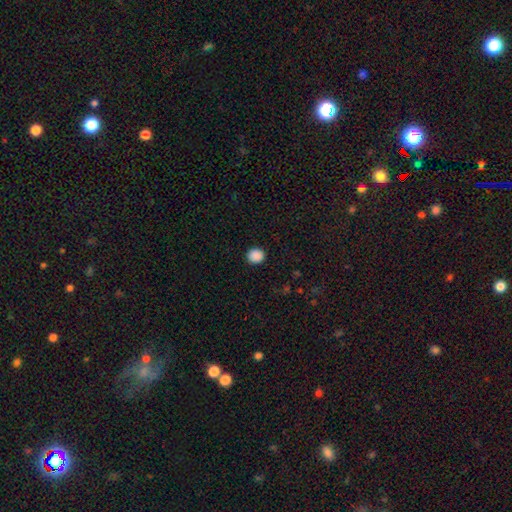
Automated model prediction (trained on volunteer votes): Q: Smooth or featured?
A: smooth (89%); runner-up: star or artifact (9%)
Q: How rounded?
A: round (79%); runner-up: in between (20%)
Q: Merging?
A: none (91%); runner-up: minor disturbance (6%)